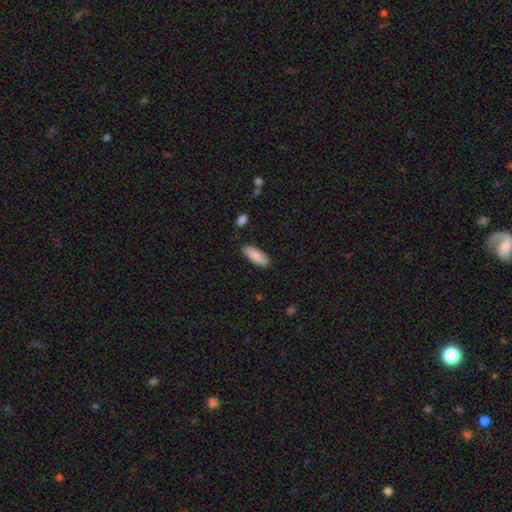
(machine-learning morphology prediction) smooth_or_featured: smooth (p=0.88) [alt: featured or disk p=0.07]
how_rounded: in between (p=0.68) [alt: cigar-shaped p=0.30]
merging: none (p=0.85) [alt: minor disturbance p=0.11]